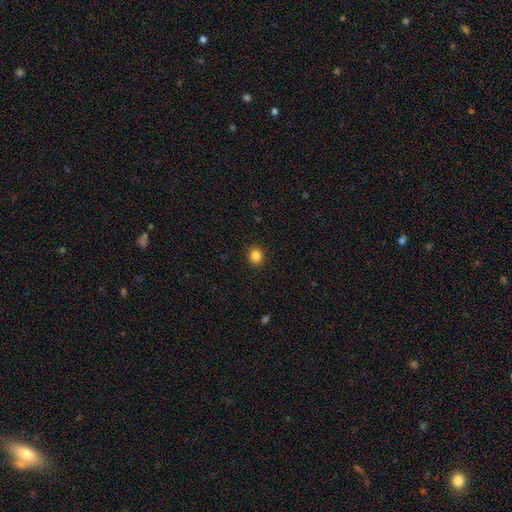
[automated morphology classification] A smooth galaxy with no disk features (85%) that is round (78%). Merging: none (92%).